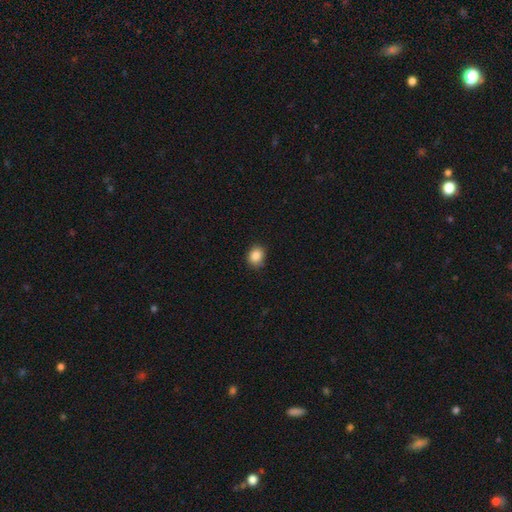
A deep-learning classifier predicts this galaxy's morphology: The model was most divided on "how rounded": round: 63%, in between: 36%, cigar-shaped: 1%. More confident: smooth or featured — smooth (87%); merging — none (83%).